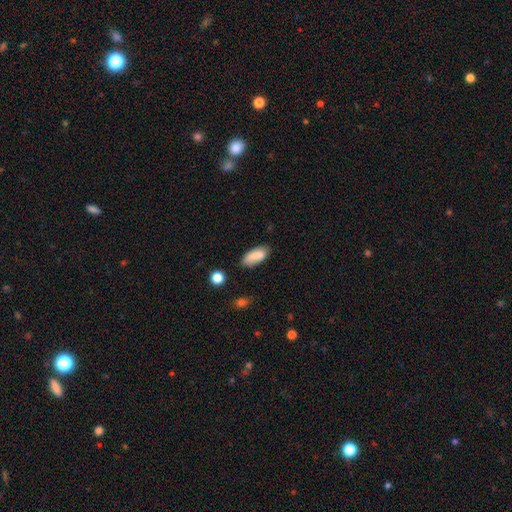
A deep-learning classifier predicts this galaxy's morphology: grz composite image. It shows a smooth galaxy with no disk features (84%) that is in between round and cigar-shaped (88%). Merging: none (75%).